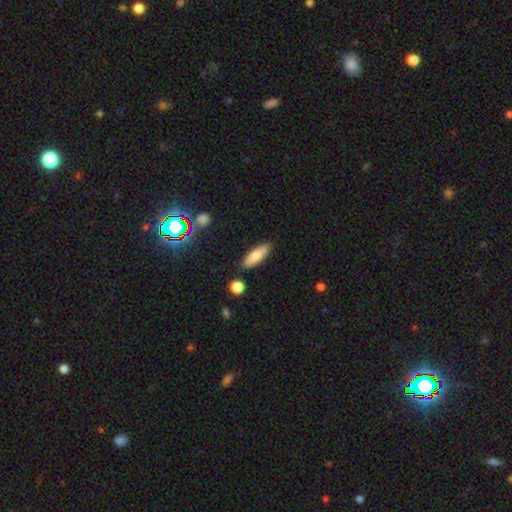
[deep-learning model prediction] A smooth galaxy with no disk features (78%) that is in between round and cigar-shaped (59%).

Vote fractions:
- Smooth or featured? smooth: 78% / featured or disk: 15% / star or artifact: 7%
- How rounded? in between: 59% / cigar-shaped: 39% / round: 2%
- Merging? none: 85% / minor disturbance: 10% / merger: 3% / major disturbance: 2%